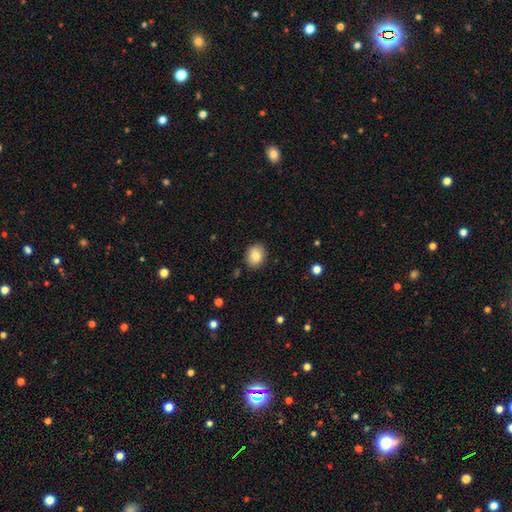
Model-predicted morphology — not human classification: smooth_or_featured: smooth (p=0.83) [alt: featured or disk p=0.09]
how_rounded: round (p=0.59) [alt: in between p=0.40]
merging: none (p=0.88) [alt: minor disturbance p=0.09]